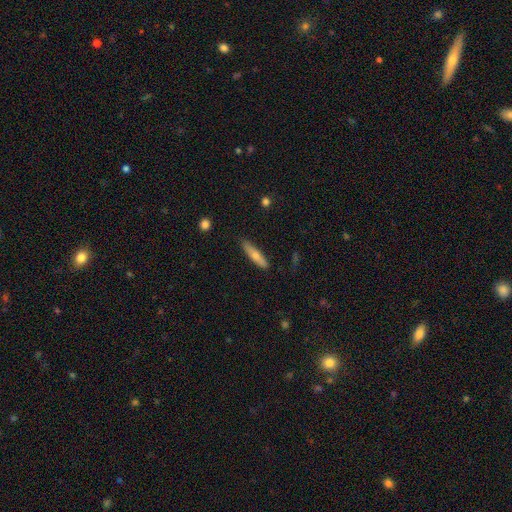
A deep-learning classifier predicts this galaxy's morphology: smooth_or_featured: smooth (p=0.64) [alt: featured or disk p=0.30]
how_rounded: cigar-shaped (p=0.82) [alt: in between p=0.16]
merging: none (p=0.84) [alt: minor disturbance p=0.12]